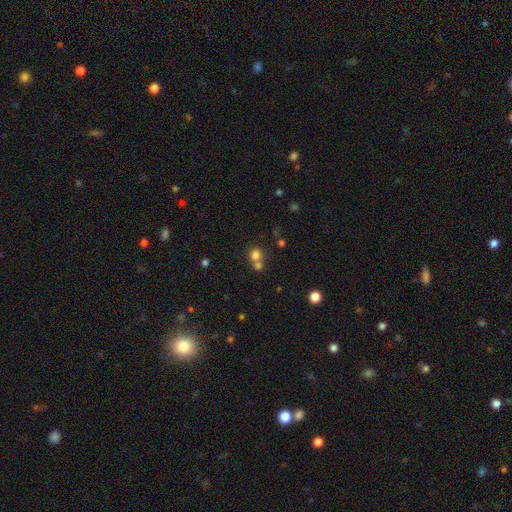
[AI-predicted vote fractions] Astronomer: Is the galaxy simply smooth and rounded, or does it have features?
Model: smooth — 75%.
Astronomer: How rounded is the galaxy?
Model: round — 80%.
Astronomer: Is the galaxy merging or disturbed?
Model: merger — 48% (runner-up: none, 42%).